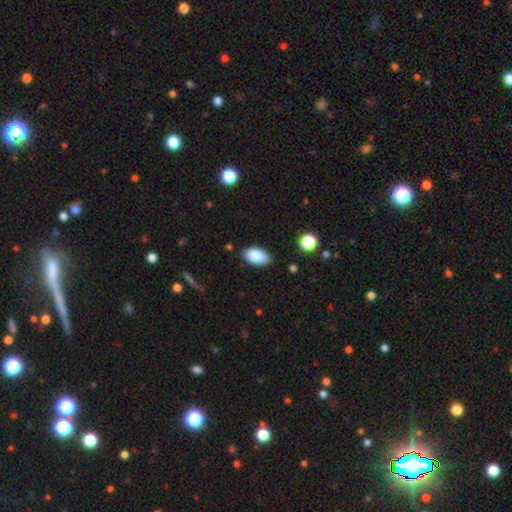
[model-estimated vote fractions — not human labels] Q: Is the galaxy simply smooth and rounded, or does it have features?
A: smooth — 88%.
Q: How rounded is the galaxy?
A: in between — 94%.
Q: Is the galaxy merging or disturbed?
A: none — 83%.